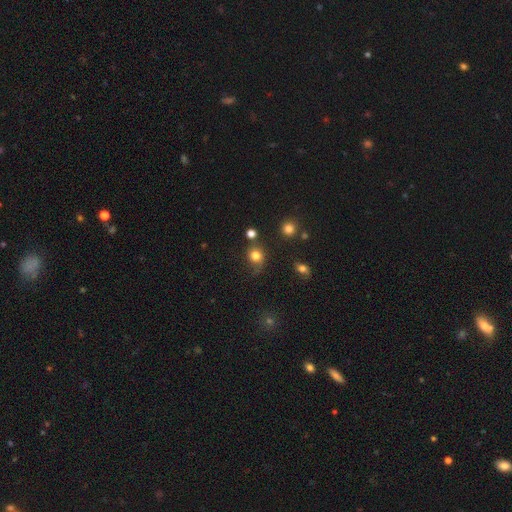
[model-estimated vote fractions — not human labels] A smooth galaxy with no disk features (78%) that is round (73%). Merging: none (54%).